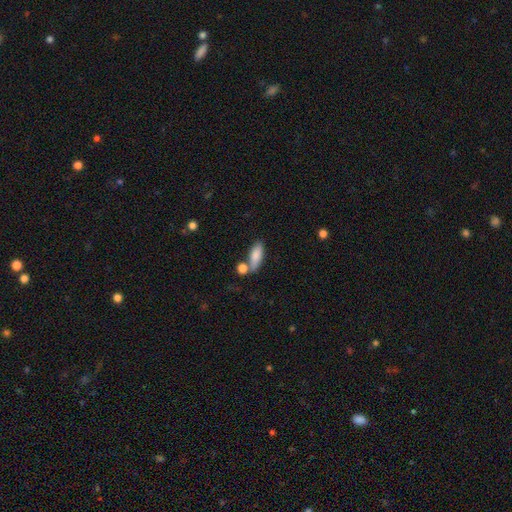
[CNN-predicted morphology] Smooth or featured?
  - smooth: 83% *
  - featured or disk: 10%
  - star or artifact: 7%
How rounded?
  - in between: 70% *
  - cigar-shaped: 26%
  - round: 3%
Merging?
  - none: 61% *
  - merger: 19%
  - minor disturbance: 15%
  - major disturbance: 5%